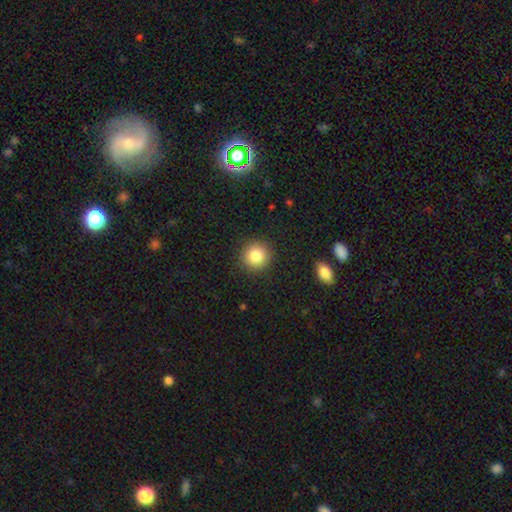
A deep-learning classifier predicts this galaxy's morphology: A smooth galaxy with no disk features (84%) that is round (94%). Merging: none (91%).